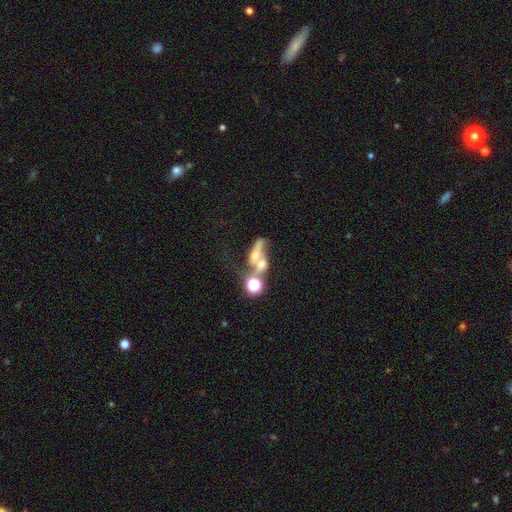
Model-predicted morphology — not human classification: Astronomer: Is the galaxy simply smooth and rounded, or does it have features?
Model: featured or disk — 46% (runner-up: smooth, 35%).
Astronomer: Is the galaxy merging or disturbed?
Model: merger — 54%.